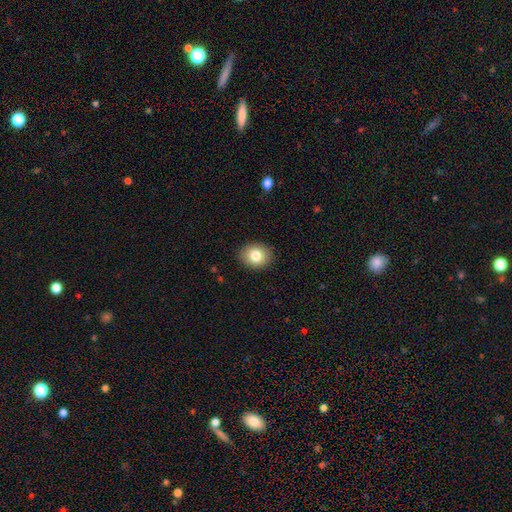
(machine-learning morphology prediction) Smooth or featured: smooth — 81% (featured or disk — 10%)
How rounded: in between — 53% (round — 46%)
Merging: none — 89% (minor disturbance — 8%)